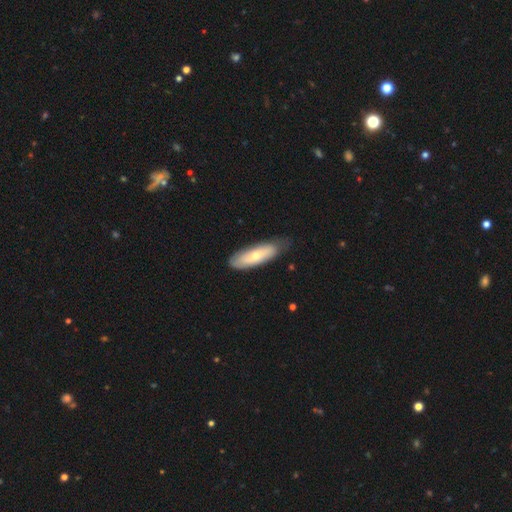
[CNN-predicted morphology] Smooth or featured? Predicted: smooth (p=0.60). How rounded? Predicted: in between (p=0.56). Merging? Predicted: none (p=0.67).